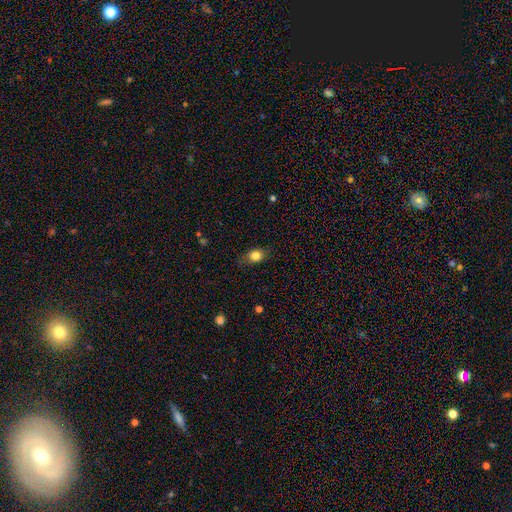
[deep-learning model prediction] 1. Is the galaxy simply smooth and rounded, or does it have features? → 79% smooth, 12% featured or disk, 9% star or artifact.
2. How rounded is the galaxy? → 62% in between, 34% round, 4% cigar-shaped.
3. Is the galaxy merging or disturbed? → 72% none, 21% minor disturbance, 6% major disturbance, 1% merger.